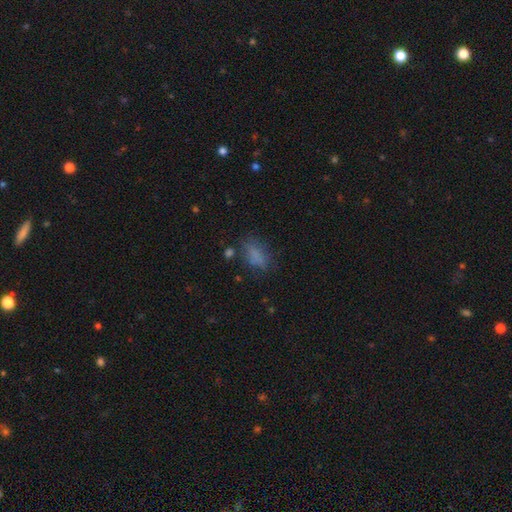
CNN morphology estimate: Smooth or featured: smooth — 71% (star or artifact — 14%)
How rounded: in between — 81% (cigar-shaped — 10%)
Merging: none — 59% (minor disturbance — 22%)